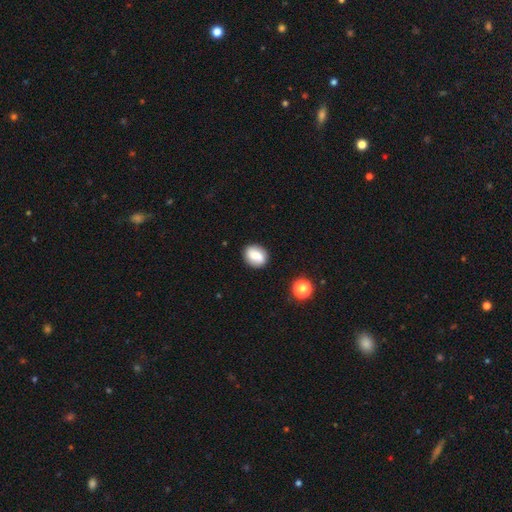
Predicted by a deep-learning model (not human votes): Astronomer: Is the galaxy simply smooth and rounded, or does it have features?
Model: smooth — 73%.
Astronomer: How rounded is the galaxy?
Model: in between — 50% (runner-up: round, 49%).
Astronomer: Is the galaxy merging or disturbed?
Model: none — 81%.